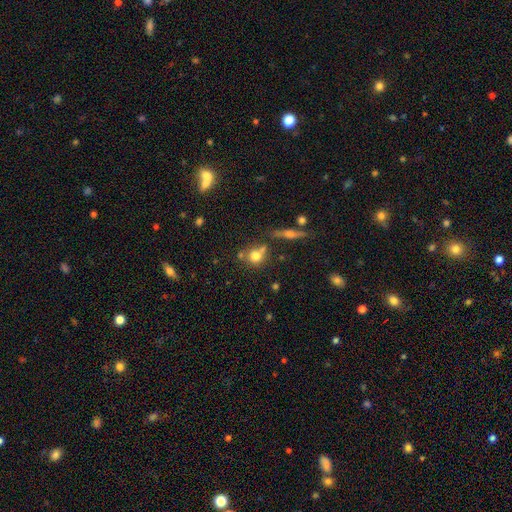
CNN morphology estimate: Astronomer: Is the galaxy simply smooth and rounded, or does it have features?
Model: smooth — 71%.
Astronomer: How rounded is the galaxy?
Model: round — 79%.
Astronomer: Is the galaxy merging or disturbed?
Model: none — 56%.